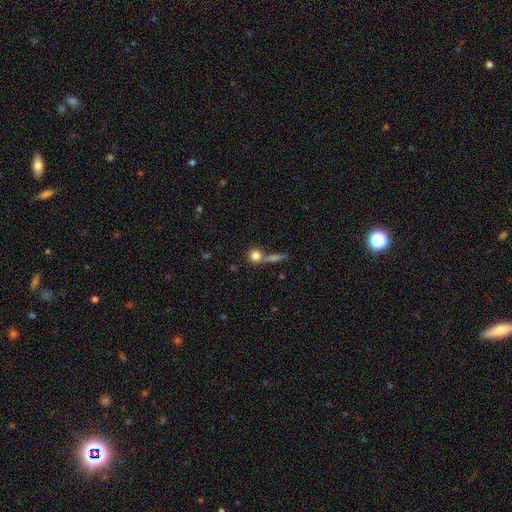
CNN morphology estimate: smooth-or-featured: smooth: 79% | star or artifact: 11% | featured or disk: 11%
  how-rounded: round: 84% | in between: 11% | cigar-shaped: 5%
  merging: none: 55% | merger: 31% | minor disturbance: 9% | major disturbance: 5%